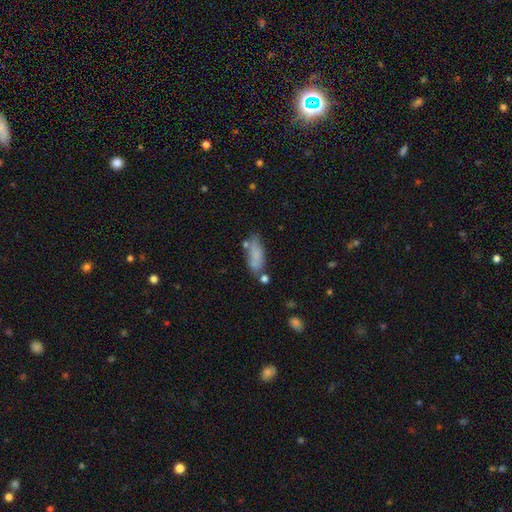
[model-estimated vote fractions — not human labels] The model was most divided on "merging": none: 52%, minor disturbance: 23%, merger: 15%, major disturbance: 10%. More confident: smooth or featured — smooth (72%); how rounded — in between (70%).